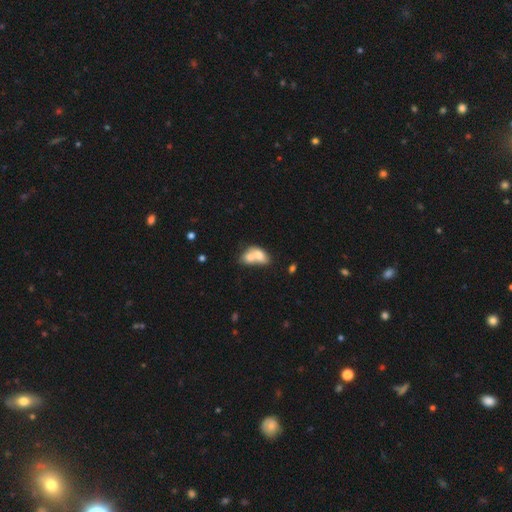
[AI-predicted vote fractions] Smooth or featured?
  - smooth: 71% *
  - featured or disk: 21%
  - star or artifact: 7%
How rounded?
  - in between: 80% *
  - round: 18%
  - cigar-shaped: 2%
Merging?
  - merger: 76% *
  - none: 14%
  - minor disturbance: 6%
  - major disturbance: 4%